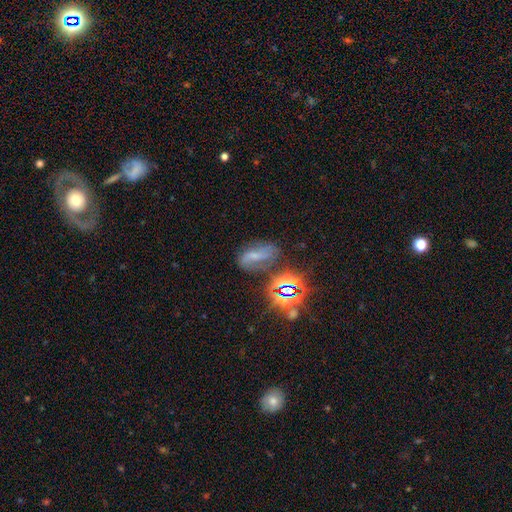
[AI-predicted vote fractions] Smooth or featured? featured or disk (42%)
Merging? none (56%)